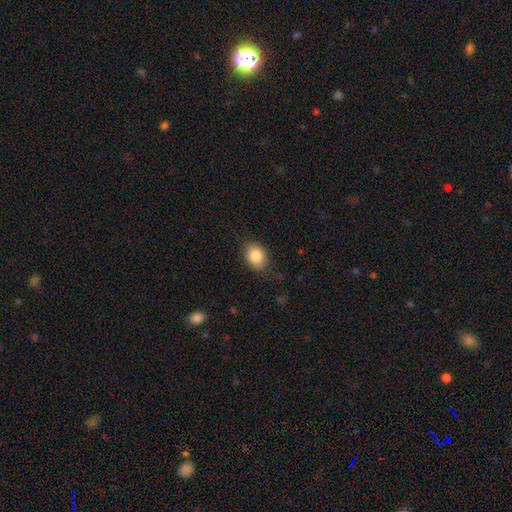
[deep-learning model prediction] Smooth or featured? smooth (83%)
How rounded? in between (66%)
Merging? none (77%)